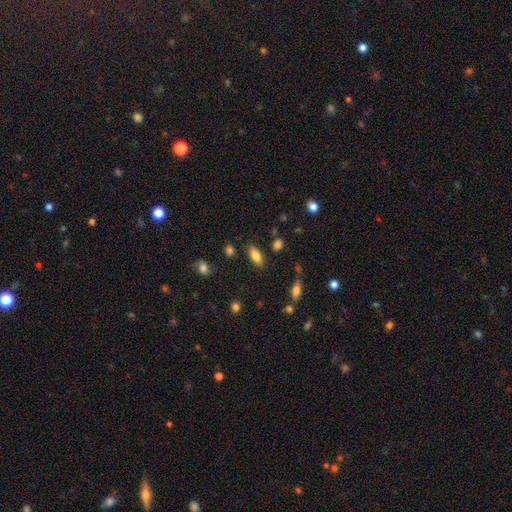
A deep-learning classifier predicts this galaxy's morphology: Overall: smooth (81%). How rounded: in between (82%). Merging: none (83%).